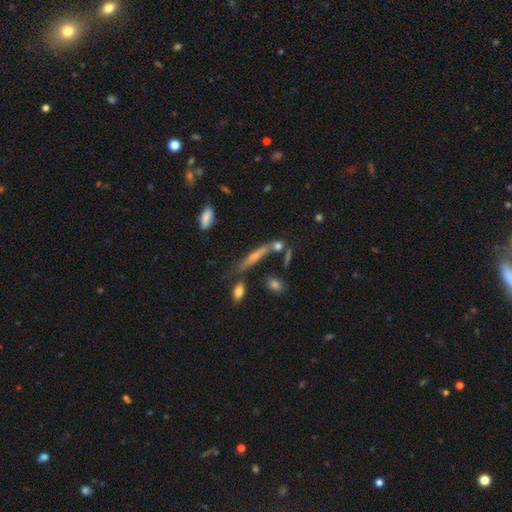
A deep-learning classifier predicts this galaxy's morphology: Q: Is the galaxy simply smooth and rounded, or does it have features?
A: featured or disk — 44%.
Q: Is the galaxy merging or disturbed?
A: none — 58%.